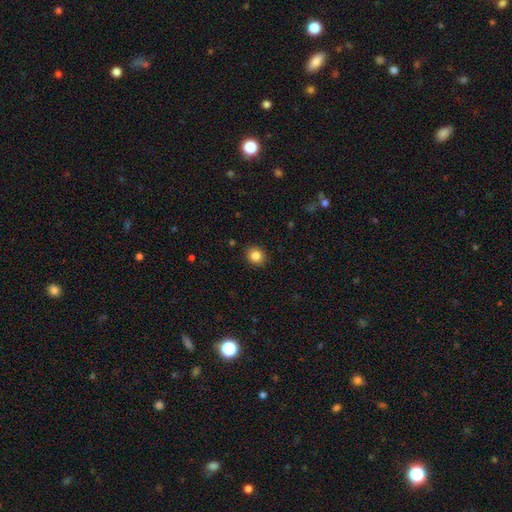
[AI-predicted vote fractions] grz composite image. It shows a smooth galaxy with no disk features (84%) that is round (73%). Merging: none (91%).